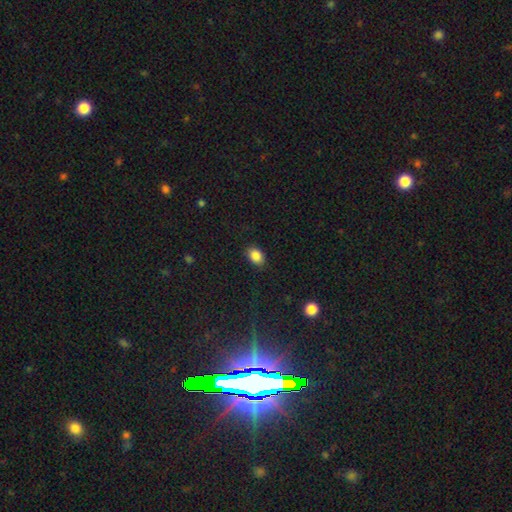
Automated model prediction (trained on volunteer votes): Smooth or featured? Predicted: smooth (p=0.86). How rounded? Predicted: in between (p=0.79). Merging? Predicted: none (p=0.85).